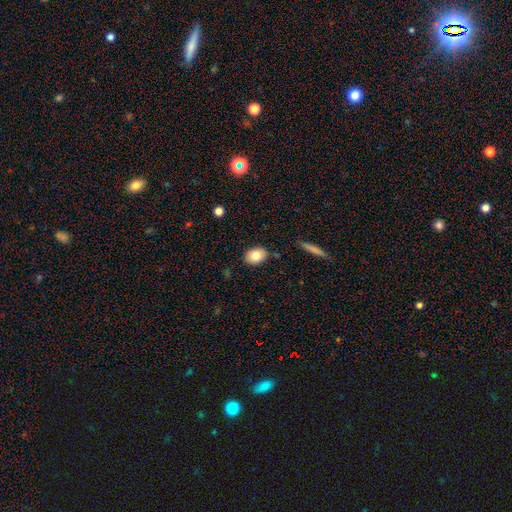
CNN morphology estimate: Q: Smooth or featured?
A: smooth (80%); runner-up: featured or disk (12%)
Q: How rounded?
A: in between (72%); runner-up: round (27%)
Q: Merging?
A: none (86%); runner-up: minor disturbance (10%)